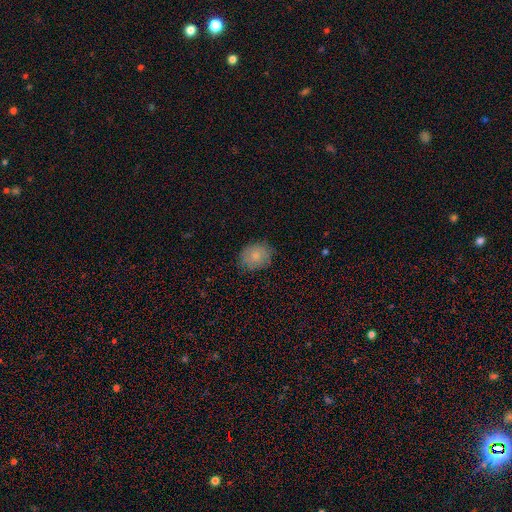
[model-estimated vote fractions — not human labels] Smooth or featured? smooth (79%)
How rounded? round (62%)
Merging? none (81%)